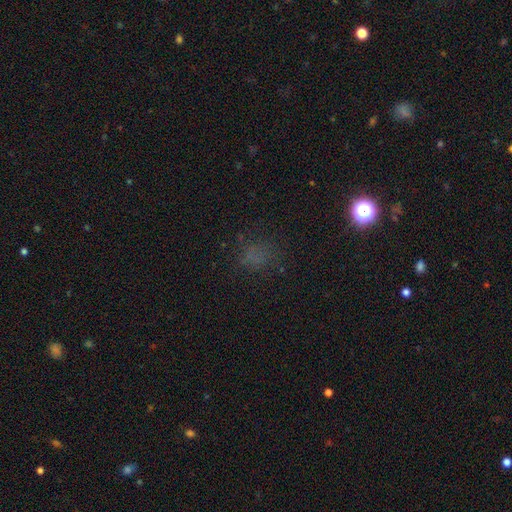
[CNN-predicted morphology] This is possibly a smooth galaxy (53%). How rounded: likely round (60%). Merging: likely none (71%).